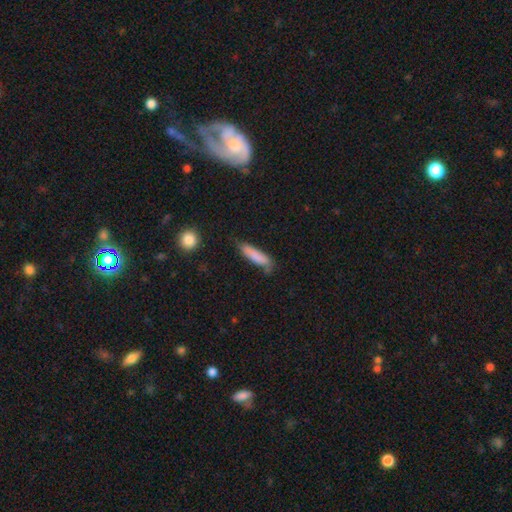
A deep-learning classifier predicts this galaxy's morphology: type=smooth (83%); roundness=cigar-shaped (76%); merging=none (66%).